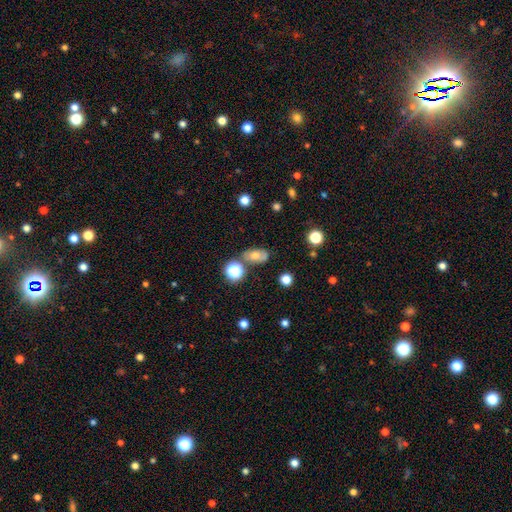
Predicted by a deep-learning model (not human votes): A smooth galaxy with no disk features (61%) that is in between round and cigar-shaped (81%).

Vote fractions:
- Smooth or featured? smooth: 61% / featured or disk: 25% / star or artifact: 14%
- How rounded? in between: 81% / round: 15% / cigar-shaped: 4%
- Merging? none: 66% / minor disturbance: 18% / merger: 10% / major disturbance: 6%